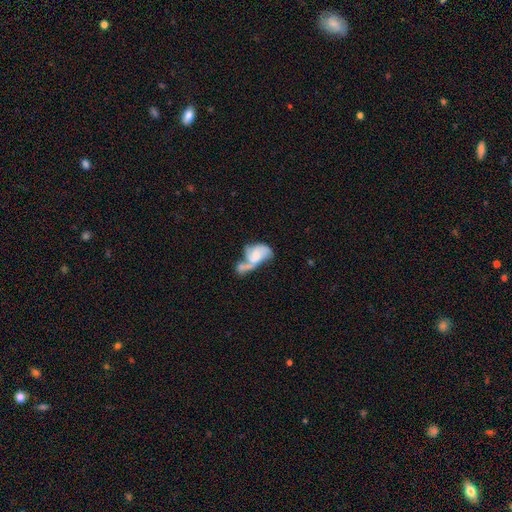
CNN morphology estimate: The model was most divided on "smooth or featured": featured or disk: 53%, smooth: 39%, star or artifact: 8%. Remaining: edge-on disk — no (96%); bar — no (70%); spiral arms — yes (67%); merging — merger (54%); bulge size — none (47%).